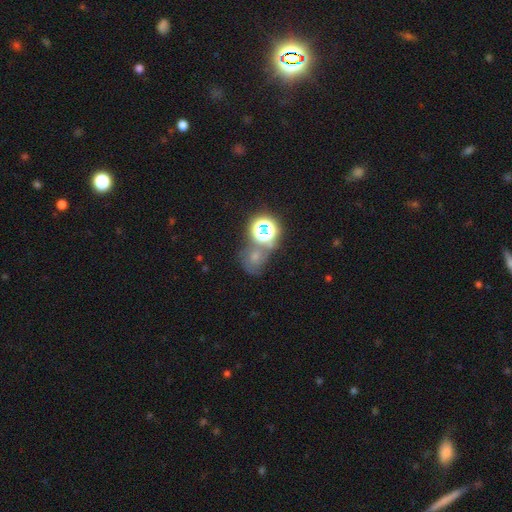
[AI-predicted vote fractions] Q: Smooth or featured?
A: star or artifact (51%); runner-up: smooth (31%)